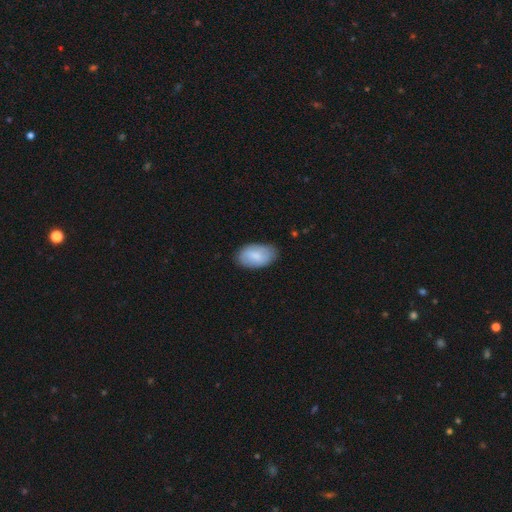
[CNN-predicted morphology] Overall: smooth (80%). How rounded: in between (94%). Merging: none (78%).